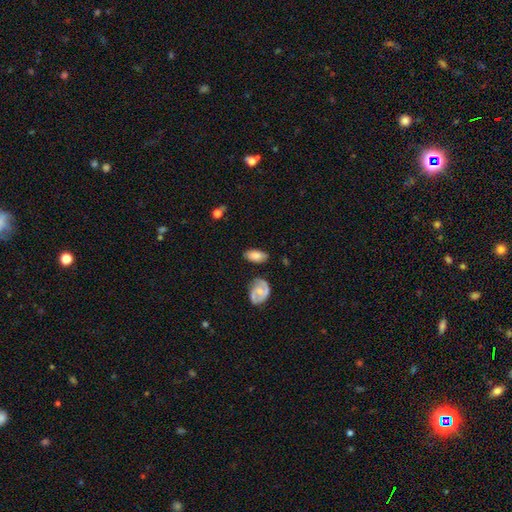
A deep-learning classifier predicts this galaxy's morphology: This appears to be a smooth galaxy with no disk features (74%) that is in between round and cigar-shaped (91%). Merging: none (72%).